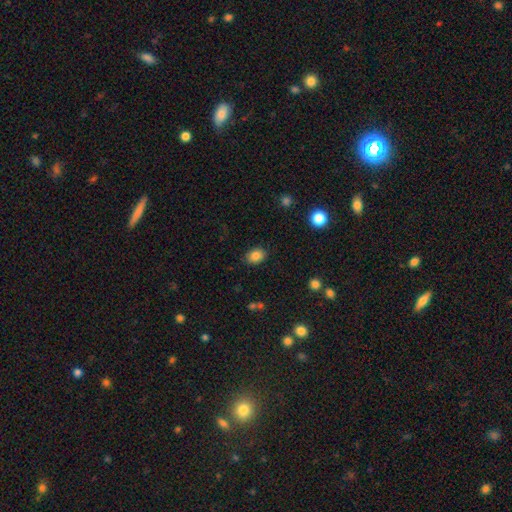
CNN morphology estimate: The model was most divided on "how rounded": in between: 64%, round: 35%, cigar-shaped: 1%. More confident: merging — none (86%); smooth or featured — smooth (84%).